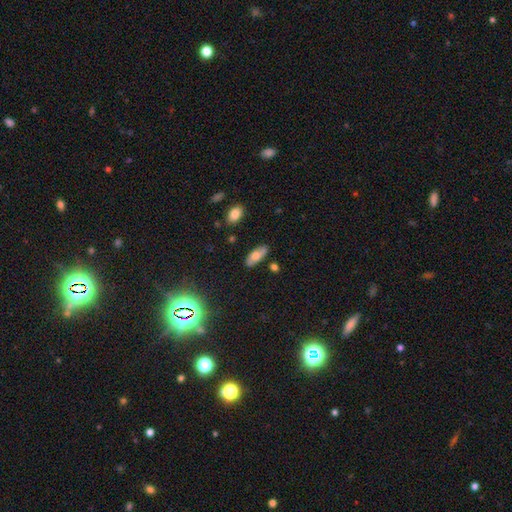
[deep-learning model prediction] Overall: smooth (61%; featured or disk 30%). How rounded: in between (83%). Merging: none (82%).